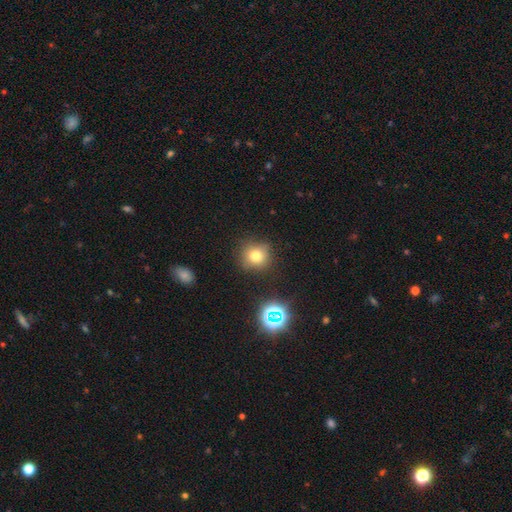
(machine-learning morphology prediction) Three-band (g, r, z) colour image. It shows a smooth galaxy with no disk features (73%) that is round (90%). Merging: none (84%).